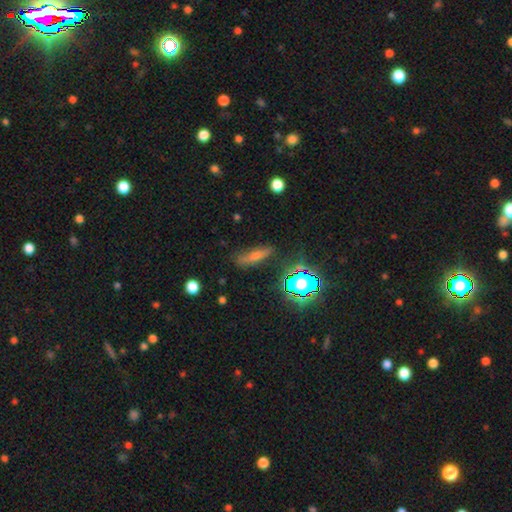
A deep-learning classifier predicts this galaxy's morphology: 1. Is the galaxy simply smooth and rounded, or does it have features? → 47% smooth, 28% featured or disk, 25% star or artifact.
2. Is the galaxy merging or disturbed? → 74% none, 17% minor disturbance, 6% major disturbance, 3% merger.